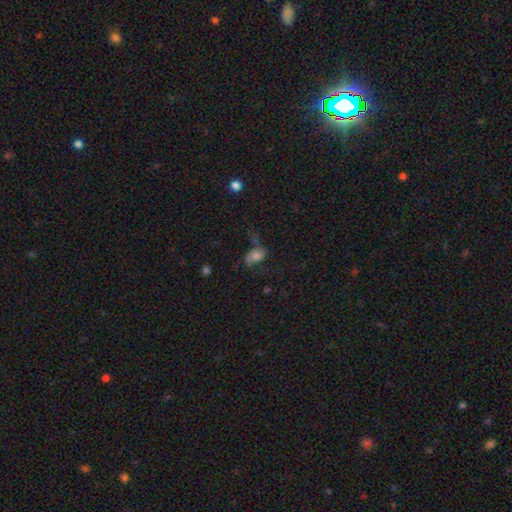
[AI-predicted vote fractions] Smooth or featured: smooth — 57% (featured or disk — 29%)
How rounded: in between — 85% (round — 12%)
Merging: none — 34% (major disturbance — 33%)